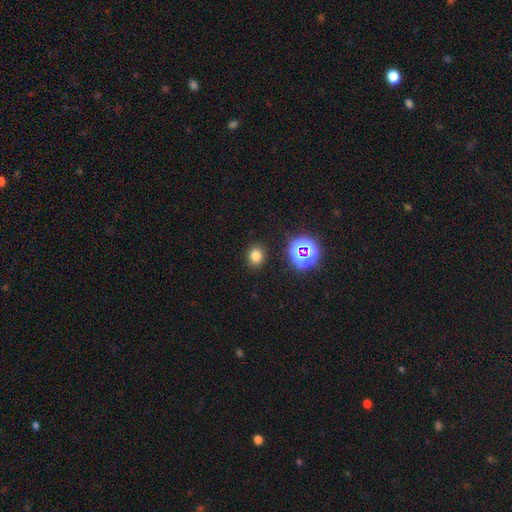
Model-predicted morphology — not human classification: type=smooth (76%); roundness=round (66%); merging=none (88%).